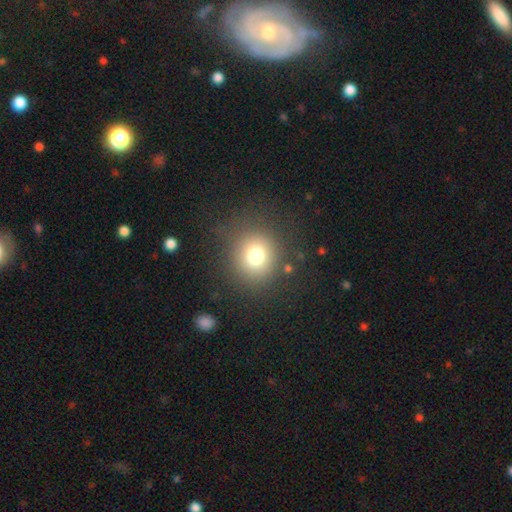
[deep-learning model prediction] Morphology: type=smooth (75%); roundness=round (87%); merging=none (84%).